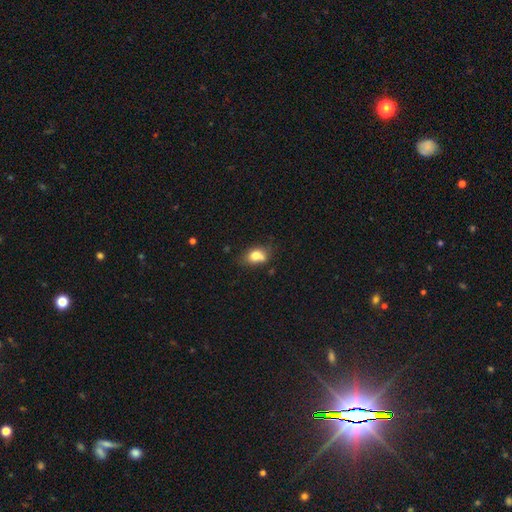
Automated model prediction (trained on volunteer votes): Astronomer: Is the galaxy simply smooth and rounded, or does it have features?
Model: smooth — 76%.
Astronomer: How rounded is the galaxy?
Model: in between — 68%.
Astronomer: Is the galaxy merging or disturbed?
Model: none — 45% (runner-up: minor disturbance, 27%).